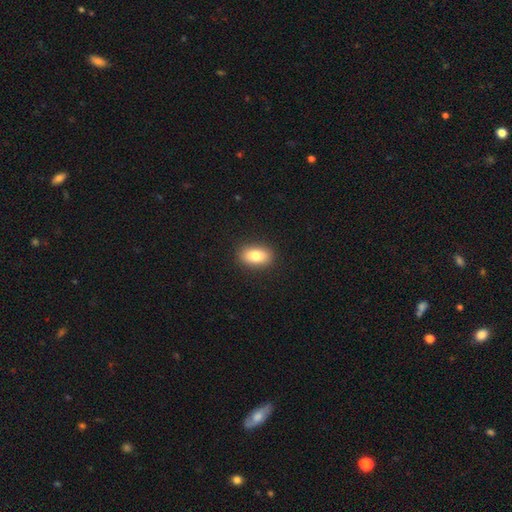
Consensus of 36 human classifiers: A smooth galaxy with no disk features (83%) that is in between round and cigar-shaped (97%).

Vote fractions:
- Smooth or featured? smooth: 83% / featured or disk: 11% / star or artifact: 6%
- How rounded? in between: 97% / round: 3% / cigar-shaped: 0%
- Merging? none: 100% / minor disturbance: 0% / major disturbance: 0% / merger: 0%